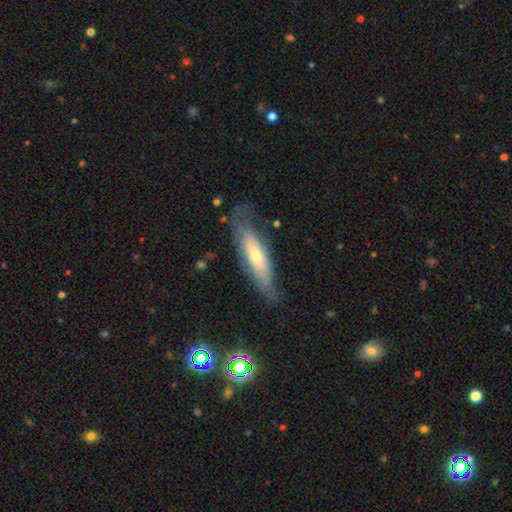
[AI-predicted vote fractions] This appears to be a featured or disk galaxy (50%). Merging: none (65%).